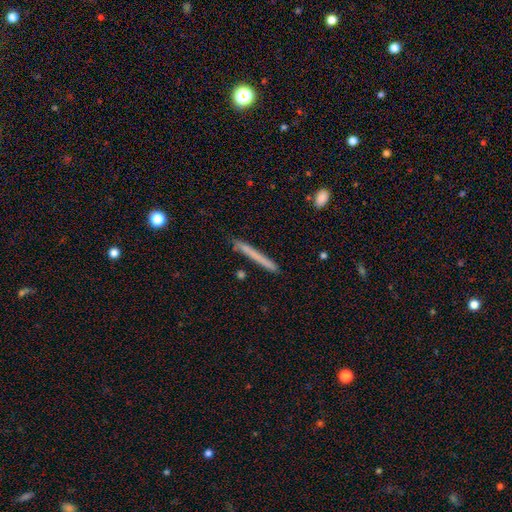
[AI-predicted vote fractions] A smooth galaxy with no disk features (64%) that is cigar-shaped (97%). Merging: none (88%).